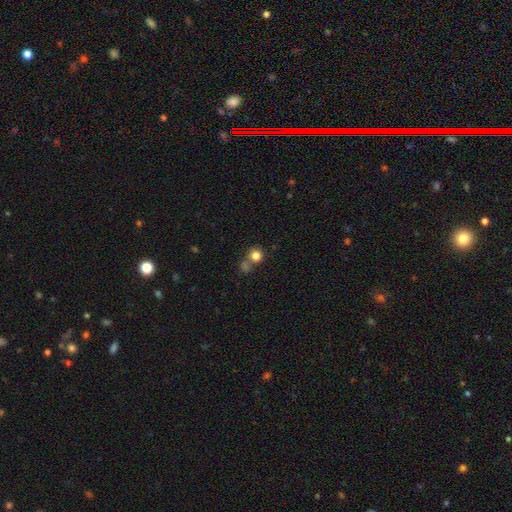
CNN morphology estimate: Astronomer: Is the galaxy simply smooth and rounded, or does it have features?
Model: smooth — 82%.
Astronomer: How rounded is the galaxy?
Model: round — 90%.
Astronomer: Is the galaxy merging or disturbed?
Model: none — 57%.